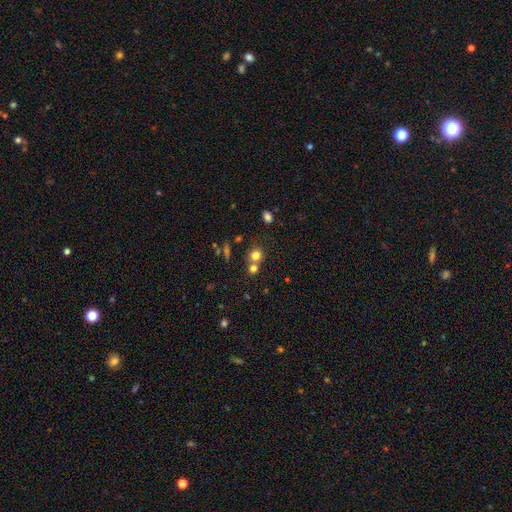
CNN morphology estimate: Smooth or featured? Predicted: smooth (p=0.77). How rounded? Predicted: round (p=0.84). Merging? Predicted: none (p=0.54).